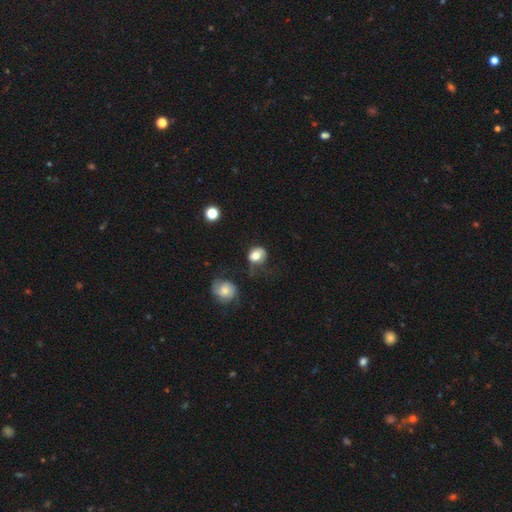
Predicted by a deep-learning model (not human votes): smooth-or-featured: smooth: 73% | featured or disk: 18% | star or artifact: 9%
  how-rounded: round: 62% | in between: 37% | cigar-shaped: 1%
  merging: none: 34% | major disturbance: 30% | minor disturbance: 29% | merger: 6%